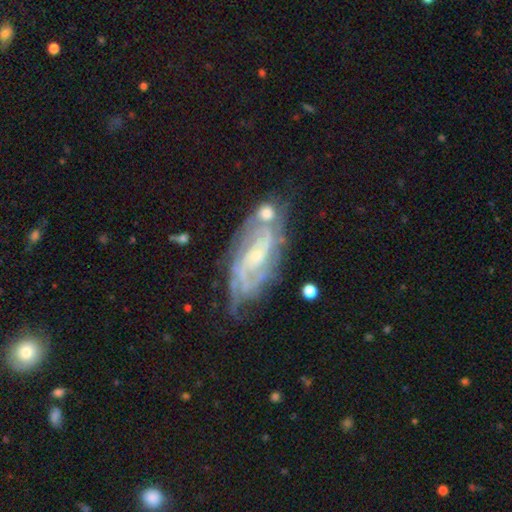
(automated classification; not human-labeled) Morphology: type=featured or disk (84%); edge-on=no (92%); bar=no (50%); spiral arms=yes (94%); winding=tight (60%); arm count=can't tell (36%); bulge=small (65%); merging=none (61%).